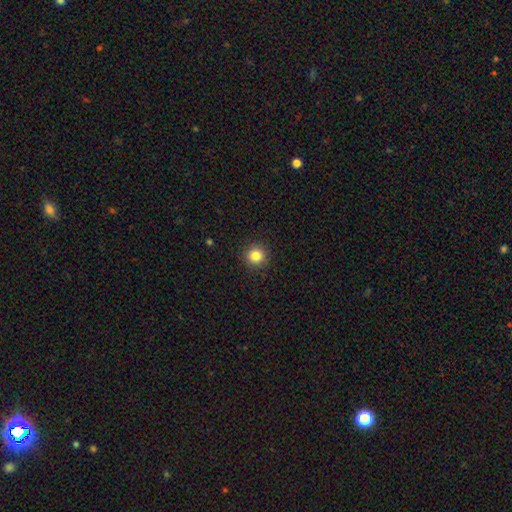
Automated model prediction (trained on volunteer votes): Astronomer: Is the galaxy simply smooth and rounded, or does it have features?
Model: smooth — 83%.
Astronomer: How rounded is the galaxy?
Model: round — 94%.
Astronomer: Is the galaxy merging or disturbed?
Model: none — 92%.